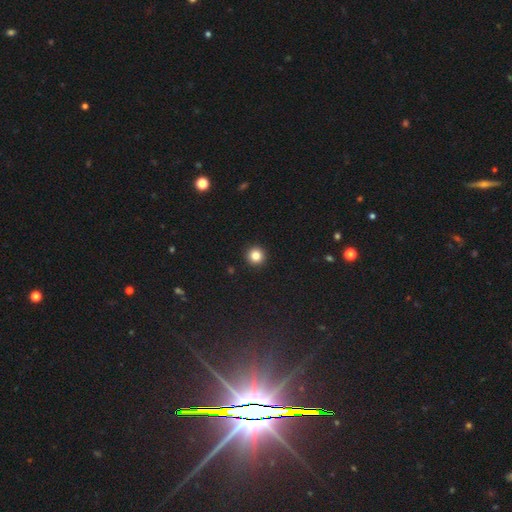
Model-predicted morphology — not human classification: This is clearly a smooth galaxy (84%). How rounded: clearly round (96%). Merging: clearly none (94%).